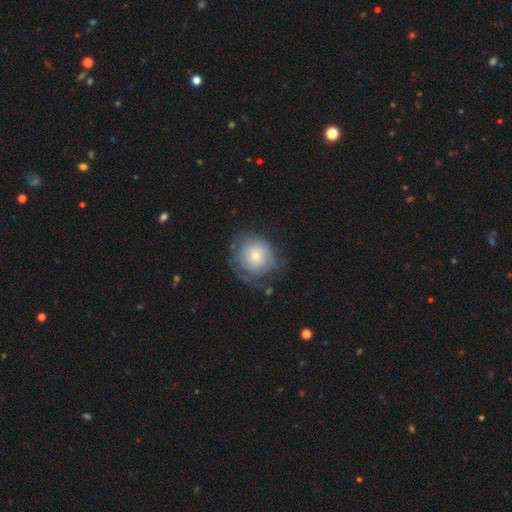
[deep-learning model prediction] This appears to be a featured or disk galaxy (50%). Merging: none (57%).